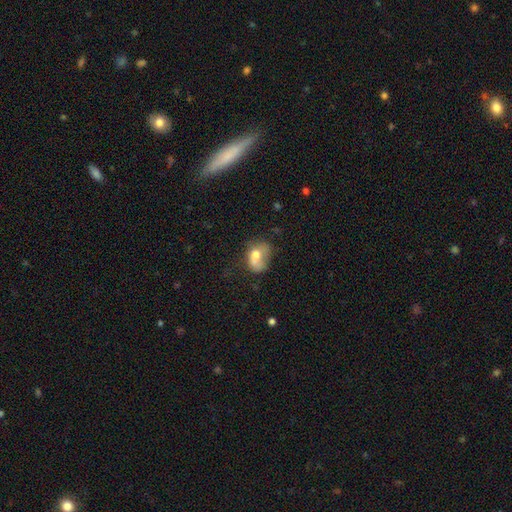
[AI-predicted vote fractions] smooth 64%, featured or disk 27%, star or artifact 10%. Down the decision tree: how rounded — in between (71%); merging — major disturbance (32%).